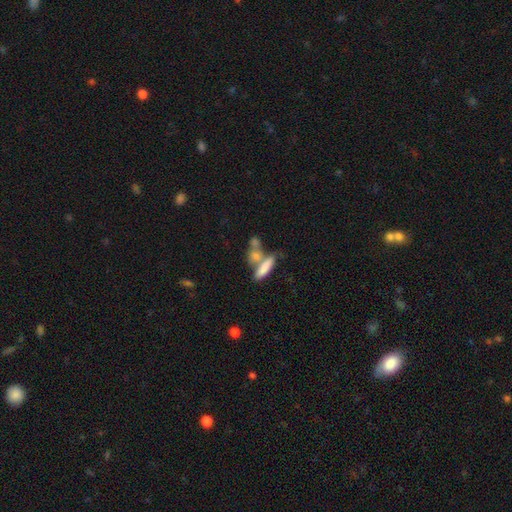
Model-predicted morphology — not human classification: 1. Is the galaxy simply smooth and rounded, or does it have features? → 73% smooth, 17% featured or disk, 10% star or artifact.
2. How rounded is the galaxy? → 49% in between, 42% cigar-shaped, 8% round.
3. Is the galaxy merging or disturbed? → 44% merger, 40% none, 10% minor disturbance, 6% major disturbance.